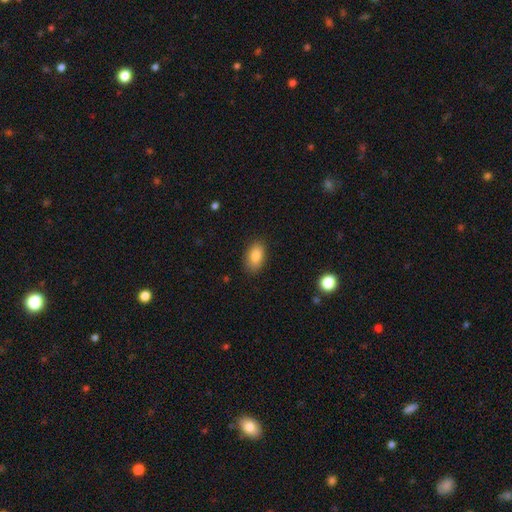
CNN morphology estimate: A smooth galaxy with no disk features (85%) that is in between round and cigar-shaped (90%).

Vote fractions:
- Smooth or featured? smooth: 85% / star or artifact: 8% / featured or disk: 7%
- How rounded? in between: 90% / round: 7% / cigar-shaped: 2%
- Merging? none: 86% / minor disturbance: 10% / major disturbance: 3% / merger: 1%